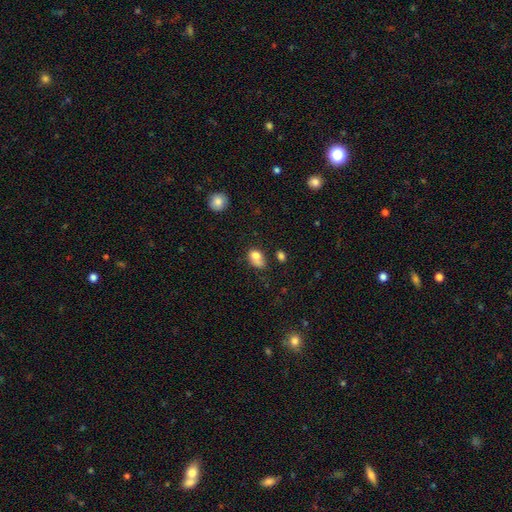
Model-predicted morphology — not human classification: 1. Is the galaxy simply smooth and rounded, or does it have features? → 75% smooth, 15% featured or disk, 10% star or artifact.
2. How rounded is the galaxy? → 65% in between, 34% round, 2% cigar-shaped.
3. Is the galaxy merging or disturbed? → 33% none, 27% minor disturbance, 25% merger, 15% major disturbance.